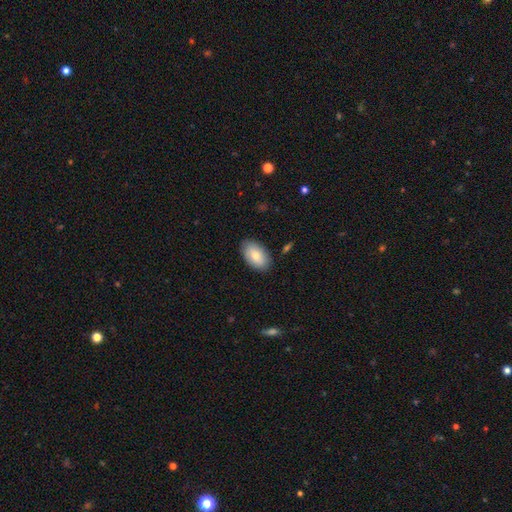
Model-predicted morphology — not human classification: type=smooth (81%); roundness=in between (94%); merging=none (85%).